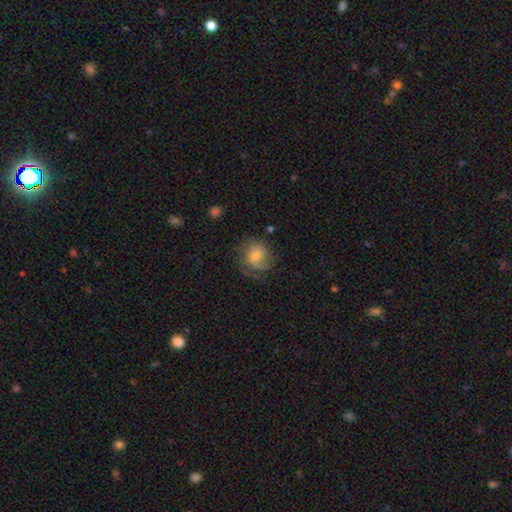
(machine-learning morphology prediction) Smooth or featured? Predicted: featured or disk (p=0.47). Merging? Predicted: none (p=0.63).